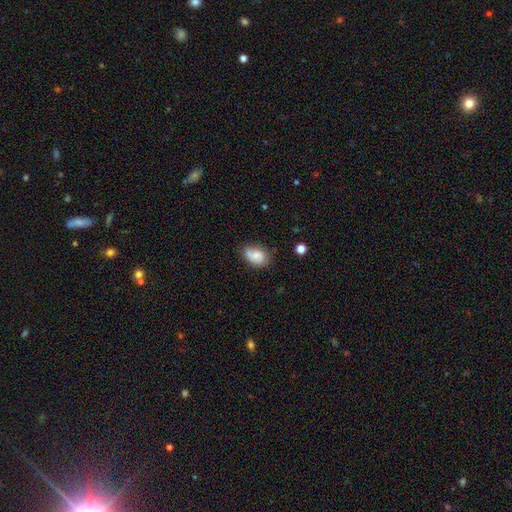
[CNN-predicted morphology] Smooth or featured: smooth — 70% (featured or disk — 21%)
How rounded: in between — 77% (round — 22%)
Merging: none — 53% (minor disturbance — 26%)